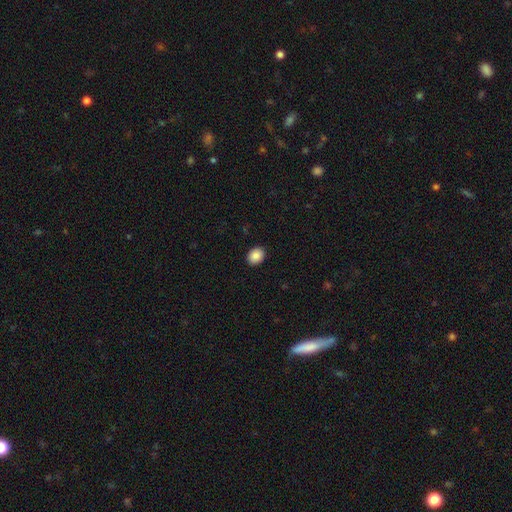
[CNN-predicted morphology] Overall: smooth (88%). How rounded: in between (59%; round 40%). Merging: none (91%).